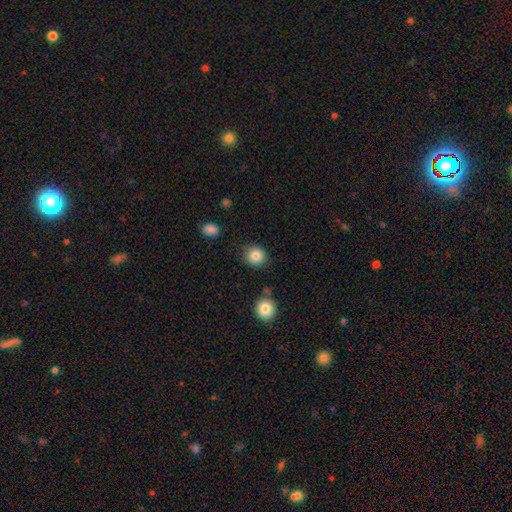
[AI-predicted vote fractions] Morphology: type=smooth (85%); roundness=round (85%); merging=none (86%).